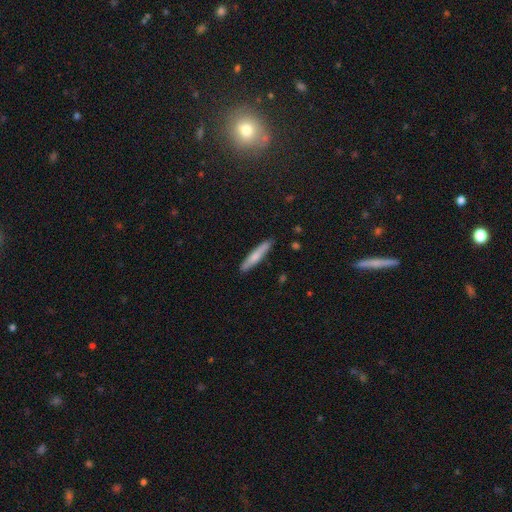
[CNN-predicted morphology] Smooth or featured? Predicted: smooth (p=0.70). How rounded? Predicted: cigar-shaped (p=0.92). Merging? Predicted: none (p=0.87).